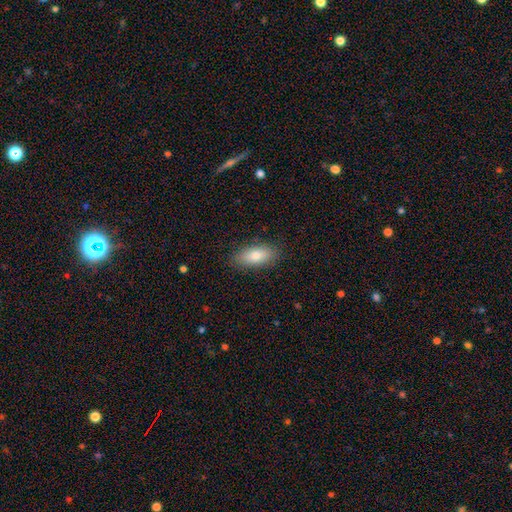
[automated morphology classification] Smooth or featured?
  - smooth: 79% *
  - featured or disk: 13%
  - star or artifact: 7%
How rounded?
  - in between: 84% *
  - cigar-shaped: 13%
  - round: 3%
Merging?
  - none: 87% *
  - minor disturbance: 9%
  - major disturbance: 2%
  - merger: 1%